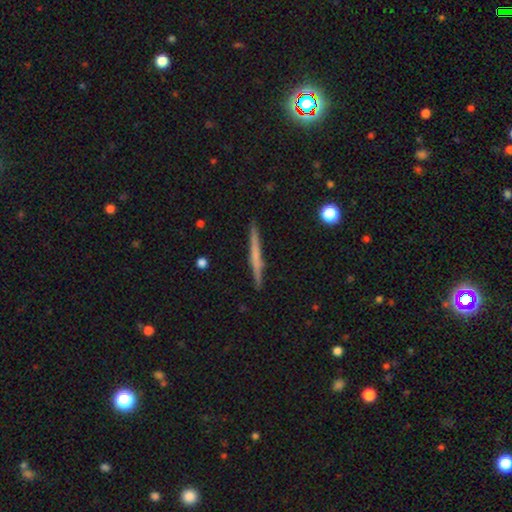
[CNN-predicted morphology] featured or disk 48%, smooth 47%, star or artifact 6%. Down the decision tree: merging — none (91%).